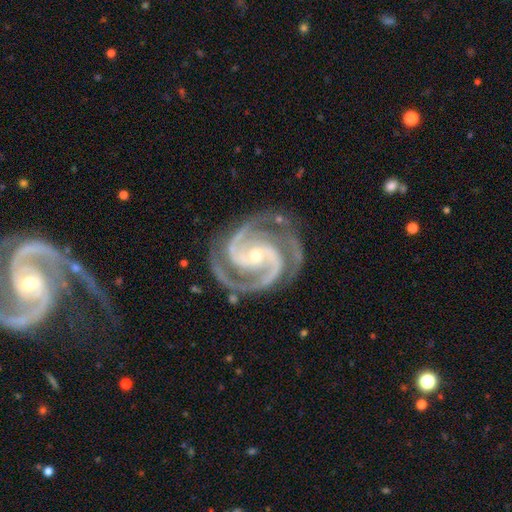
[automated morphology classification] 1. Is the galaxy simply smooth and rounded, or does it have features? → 95% featured or disk, 4% star or artifact, 2% smooth.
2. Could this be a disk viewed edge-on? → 98% no, 2% yes.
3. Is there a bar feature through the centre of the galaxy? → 45% no, 32% weak, 23% strong.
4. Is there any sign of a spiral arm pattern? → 99% yes, 1% no.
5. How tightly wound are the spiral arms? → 52% tight, 45% medium, 3% loose.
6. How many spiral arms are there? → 69% 2, 22% 3, 2% 4, 2% can't tell, 2% 1, 2% more than 4.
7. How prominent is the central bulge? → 65% small, 31% moderate, 1% none, 1% large, 1% dominant.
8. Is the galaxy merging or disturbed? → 78% none, 15% minor disturbance, 5% major disturbance, 1% merger.